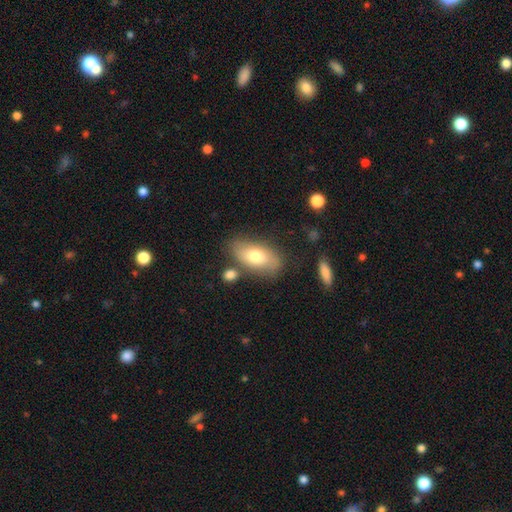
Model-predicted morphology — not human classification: A smooth galaxy with no disk features (68%) that is in between round and cigar-shaped (91%).

Vote fractions:
- Smooth or featured? smooth: 68% / featured or disk: 25% / star or artifact: 7%
- How rounded? in between: 91% / round: 5% / cigar-shaped: 4%
- Merging? none: 70% / minor disturbance: 18% / merger: 8% / major disturbance: 5%